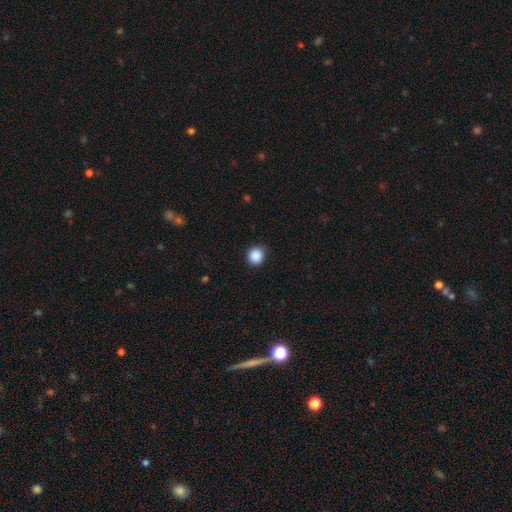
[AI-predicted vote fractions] A smooth galaxy with no disk features (88%) that is round (93%).

Vote fractions:
- Smooth or featured? smooth: 88% / star or artifact: 9% / featured or disk: 2%
- How rounded? round: 93% / in between: 6% / cigar-shaped: 1%
- Merging? none: 90% / minor disturbance: 7% / major disturbance: 2% / merger: 1%